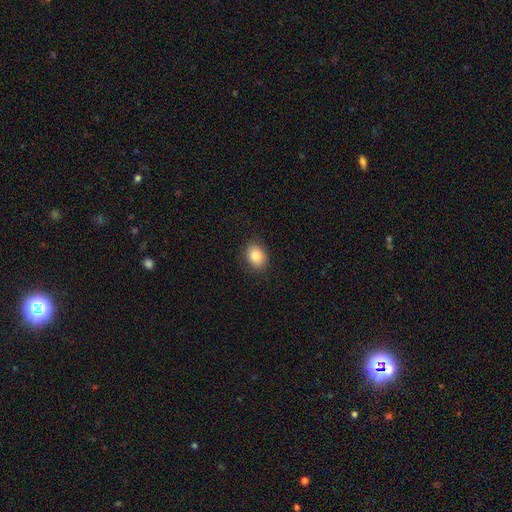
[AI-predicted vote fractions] Q: Smooth or featured?
A: smooth (85%); runner-up: star or artifact (9%)
Q: How rounded?
A: in between (54%); runner-up: round (45%)
Q: Merging?
A: none (87%); runner-up: minor disturbance (10%)